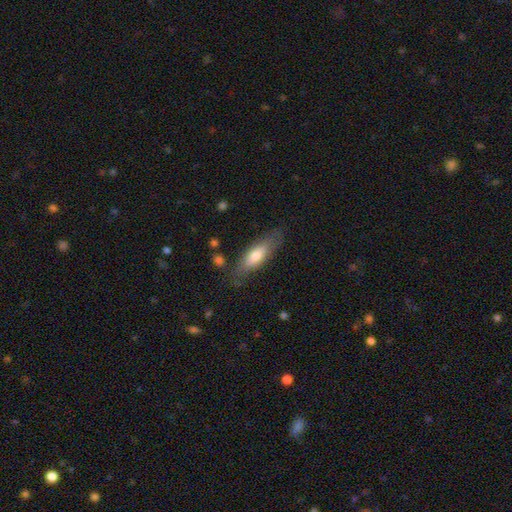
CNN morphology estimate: Smooth or featured?
  - smooth: 65% *
  - featured or disk: 29%
  - star or artifact: 6%
How rounded?
  - in between: 51% *
  - cigar-shaped: 47%
  - round: 2%
Merging?
  - none: 77% *
  - minor disturbance: 16%
  - major disturbance: 5%
  - merger: 2%